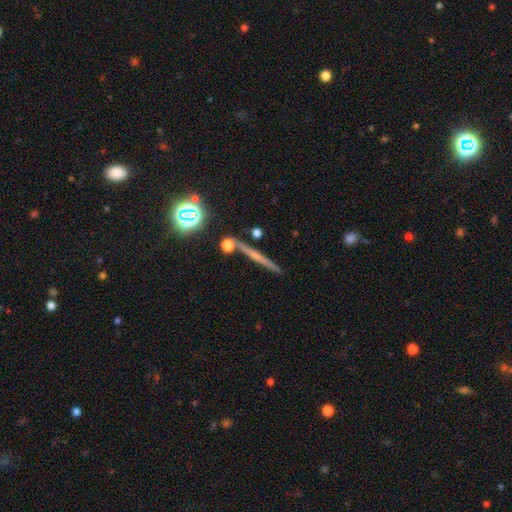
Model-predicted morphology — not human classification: smooth-or-featured: featured or disk: 57% | smooth: 29% | star or artifact: 14%
  disk-edge-on: yes: 96% | no: 4%
    edge-on-bulge: none: 53% | rounded: 38% | boxy: 9%
  merging: none: 86% | minor disturbance: 7% | merger: 5% | major disturbance: 2%